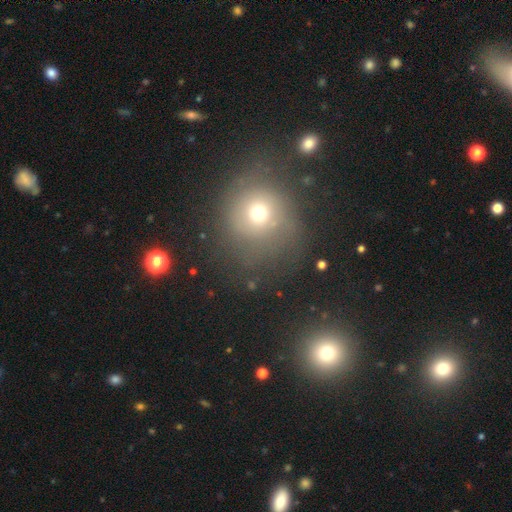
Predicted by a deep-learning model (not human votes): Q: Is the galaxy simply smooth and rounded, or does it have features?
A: smooth — 52%.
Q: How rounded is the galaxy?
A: round — 85%.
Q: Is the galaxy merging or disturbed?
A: none — 75%.